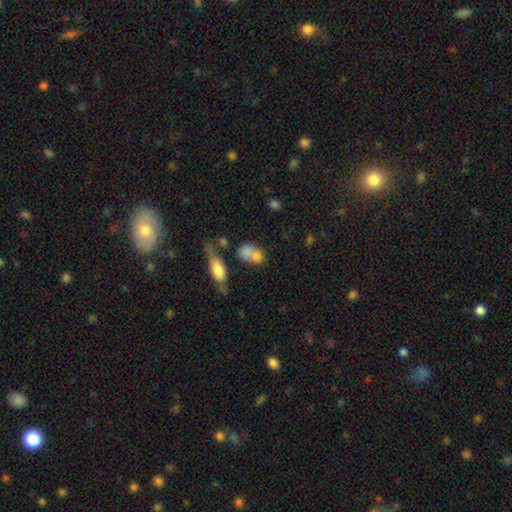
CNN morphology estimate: smooth 73%, featured or disk 17%, star or artifact 10%. Down the decision tree: how rounded — in between (62%); merging — merger (53%).